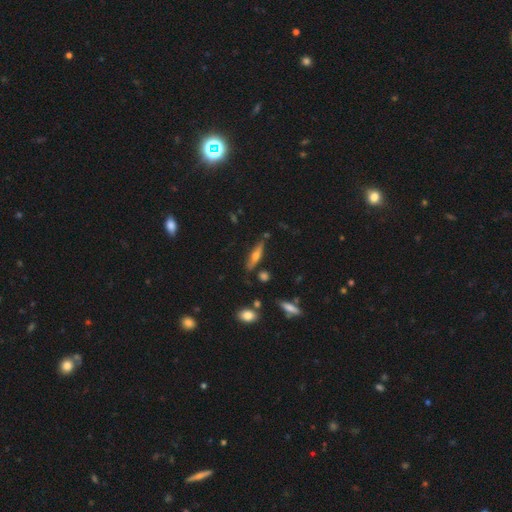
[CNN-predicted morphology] A featured or disk galaxy (50%).

Vote fractions:
- Smooth or featured? featured or disk: 50% / smooth: 42% / star or artifact: 8%
- Merging? none: 79% / minor disturbance: 13% / merger: 5% / major disturbance: 3%